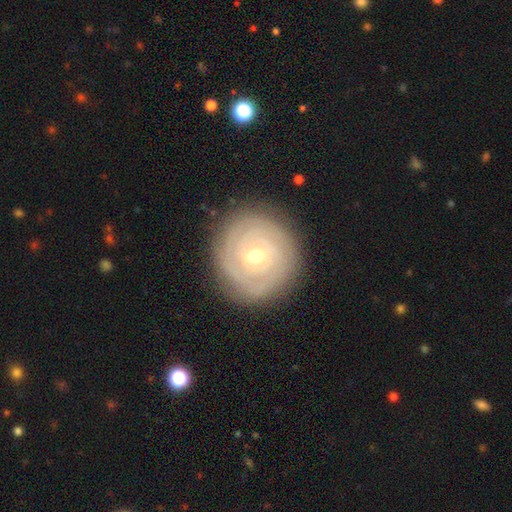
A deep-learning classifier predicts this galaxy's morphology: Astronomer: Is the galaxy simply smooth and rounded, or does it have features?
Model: featured or disk — 78%.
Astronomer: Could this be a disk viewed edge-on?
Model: no — 97%.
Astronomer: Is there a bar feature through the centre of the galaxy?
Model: no — 53% (runner-up: weak, 38%).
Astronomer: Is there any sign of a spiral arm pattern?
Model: yes — 91%.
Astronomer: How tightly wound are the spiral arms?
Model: tight — 84%.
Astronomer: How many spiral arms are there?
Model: can't tell — 34% (runner-up: 2, 24%).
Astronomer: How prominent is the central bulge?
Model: moderate — 49% (runner-up: small, 47%).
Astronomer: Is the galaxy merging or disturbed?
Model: none — 86%.